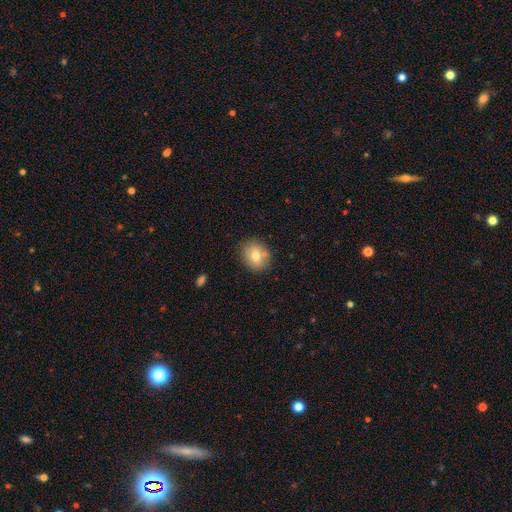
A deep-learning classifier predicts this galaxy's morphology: Q: Smooth or featured?
A: smooth (75%); runner-up: featured or disk (16%)
Q: How rounded?
A: round (63%); runner-up: in between (36%)
Q: Merging?
A: none (79%); runner-up: minor disturbance (13%)